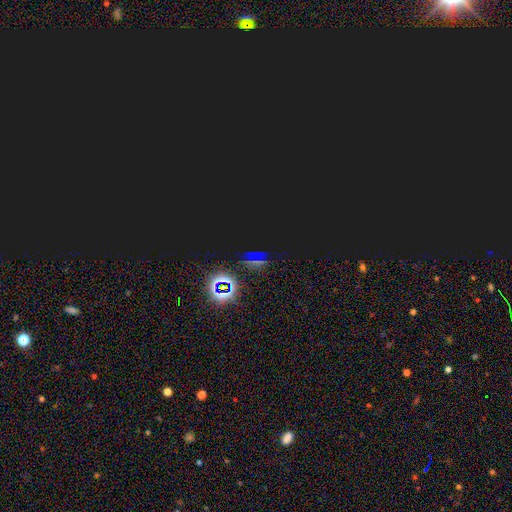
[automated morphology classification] Smooth or featured?
  - star or artifact: 80% *
  - smooth: 12%
  - featured or disk: 8%